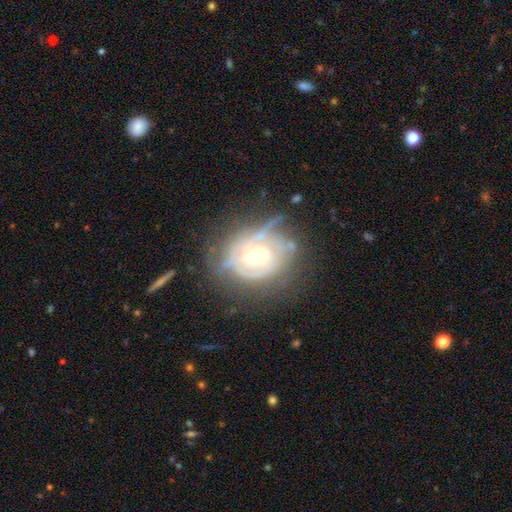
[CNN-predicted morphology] Smooth or featured? Predicted: featured or disk (p=0.75). Edge-on disk? Predicted: no (p=0.95). Bar? Predicted: no (p=0.73). Spiral arms? Predicted: yes (p=0.73). Spiral winding? Predicted: tight (p=0.67). Spiral arm count? Predicted: can't tell (p=0.48). Bulge size? Predicted: moderate (p=0.59). Merging? Predicted: none (p=0.51).